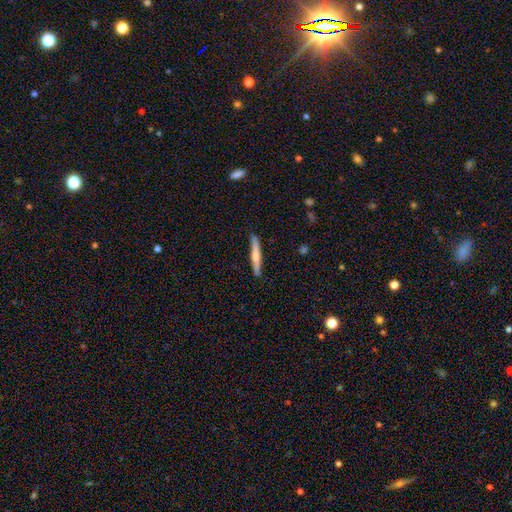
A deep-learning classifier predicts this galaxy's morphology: smooth-or-featured: smooth: 54% | featured or disk: 41% | star or artifact: 5%
  how-rounded: cigar-shaped: 95% | in between: 4% | round: 1%
  merging: none: 89% | minor disturbance: 8% | major disturbance: 2% | merger: 1%